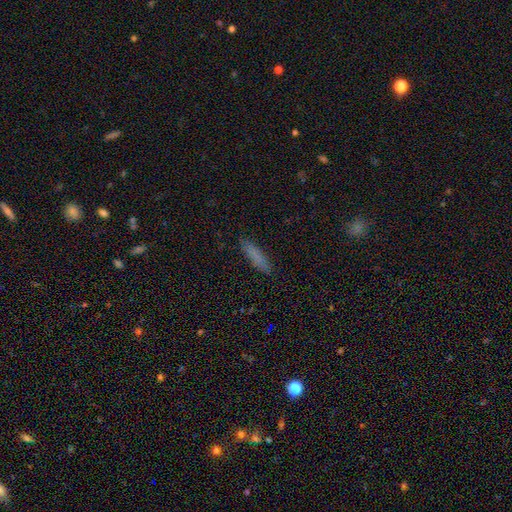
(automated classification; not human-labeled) Overall: smooth (79%). How rounded: cigar-shaped (81%). Merging: none (87%).